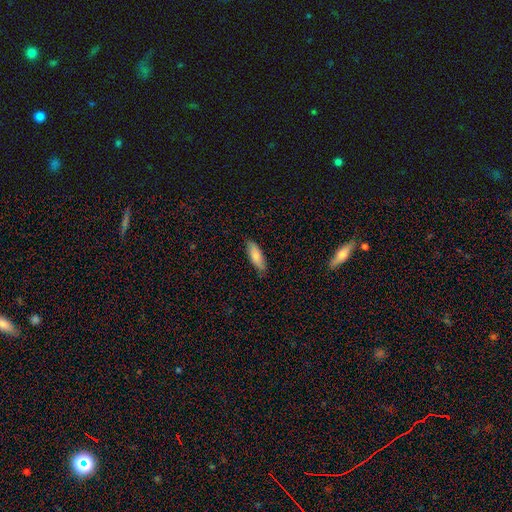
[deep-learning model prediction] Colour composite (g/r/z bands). It shows a smooth galaxy with no disk features (82%) that is in between round and cigar-shaped (59%). Merging: none (84%).